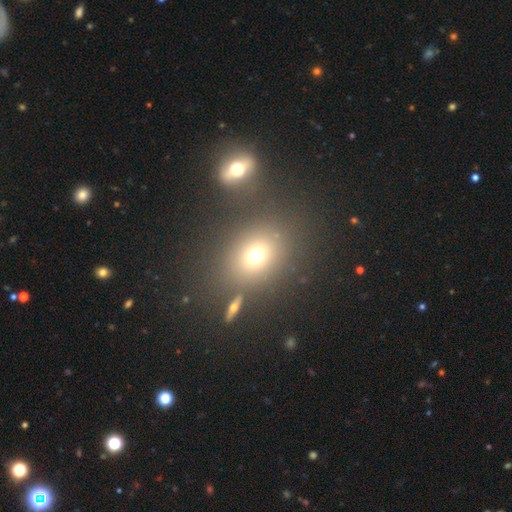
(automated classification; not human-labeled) Morphology: type=smooth (69%); roundness=round (57%); merging=none (75%).